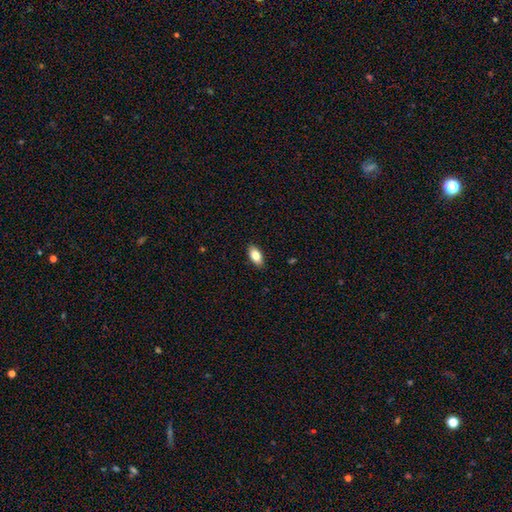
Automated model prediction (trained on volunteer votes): smooth_or_featured: smooth (p=0.82) [alt: featured or disk p=0.11]
how_rounded: in between (p=0.91) [alt: cigar-shaped p=0.05]
merging: none (p=0.89) [alt: minor disturbance p=0.08]